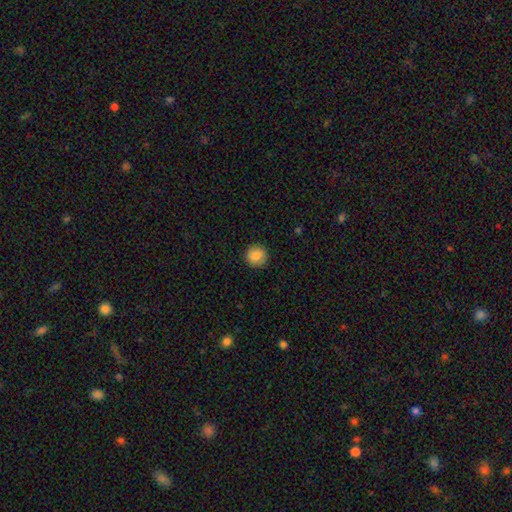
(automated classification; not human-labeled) The model was most divided on "smooth or featured": smooth: 86%, star or artifact: 8%, featured or disk: 5%. More confident: how rounded — round (95%); merging — none (92%).